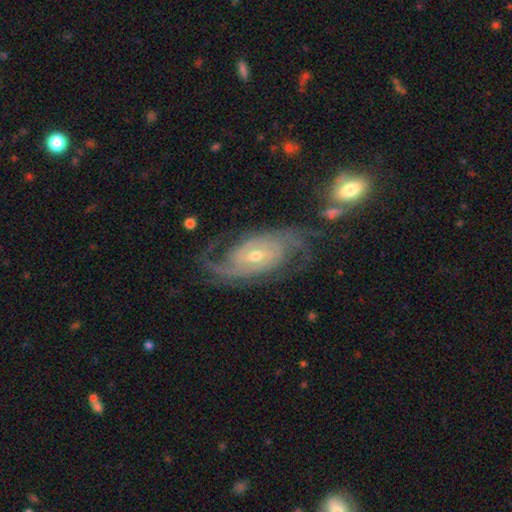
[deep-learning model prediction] smooth_or_featured: featured or disk (p=0.90) [alt: star or artifact p=0.05]
disk_edge_on: no (p=0.96) [alt: yes p=0.04]
bar: no (p=0.55) [alt: weak p=0.35]
has_spiral_arms: yes (p=0.97) [alt: no p=0.03]
spiral_winding: tight (p=0.46) [alt: medium p=0.39]
spiral_arm_count: 2 (p=0.52) [alt: 3 p=0.17]
bulge_size: small (p=0.49) [alt: moderate p=0.47]
merging: none (p=0.67) [alt: minor disturbance p=0.17]